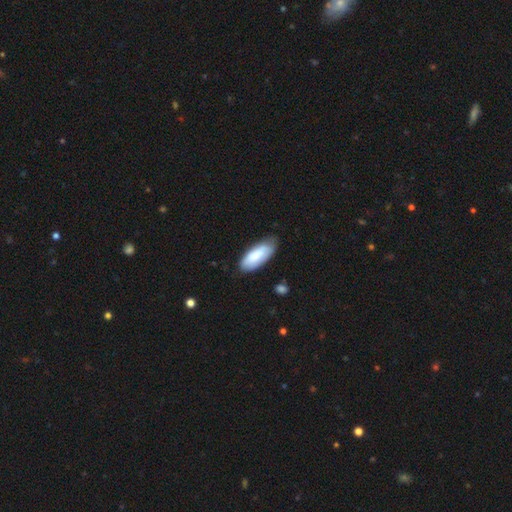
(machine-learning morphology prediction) The model was most divided on "merging": none: 67%, minor disturbance: 26%, major disturbance: 5%, merger: 2%. More confident: how rounded — in between (82%); smooth or featured — smooth (79%).